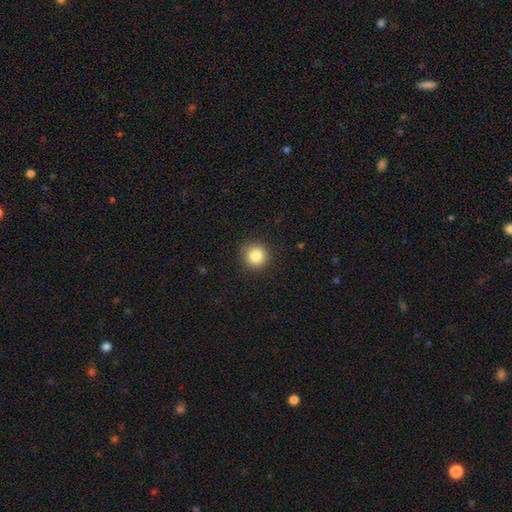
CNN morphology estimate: type=smooth (85%); roundness=round (95%); merging=none (90%).